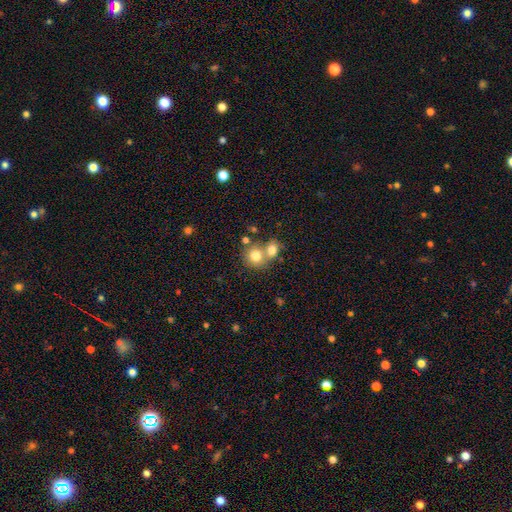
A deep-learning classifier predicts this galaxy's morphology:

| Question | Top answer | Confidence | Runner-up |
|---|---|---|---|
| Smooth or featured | smooth | 77% | featured or disk (12%) |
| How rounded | round | 81% | in between (18%) |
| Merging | merger | 51% | none (40%) |